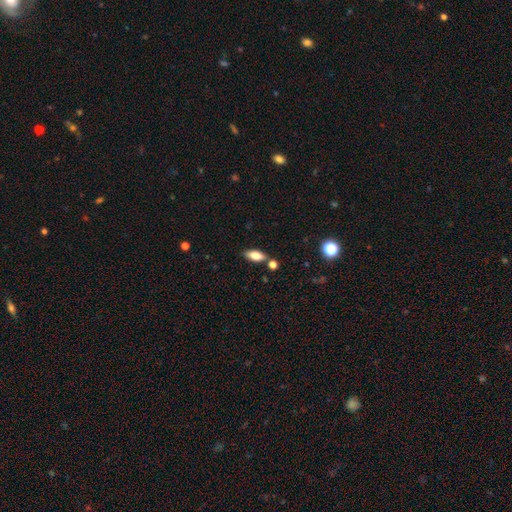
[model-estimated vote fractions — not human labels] Smooth or featured? smooth (77%)
How rounded? in between (81%)
Merging? none (75%)